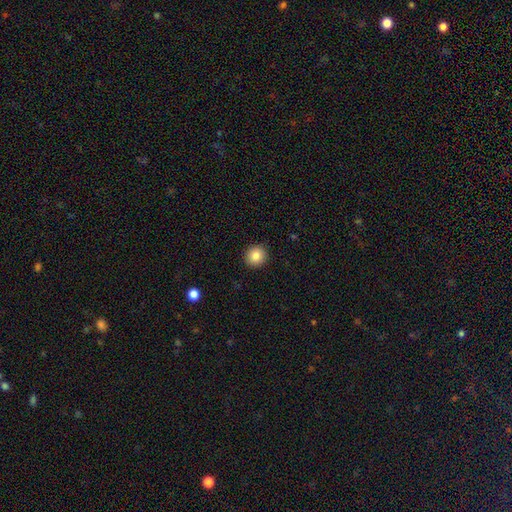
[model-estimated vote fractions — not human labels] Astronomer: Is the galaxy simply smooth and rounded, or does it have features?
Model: smooth — 85%.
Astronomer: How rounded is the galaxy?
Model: round — 91%.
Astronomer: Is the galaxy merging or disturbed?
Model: none — 92%.